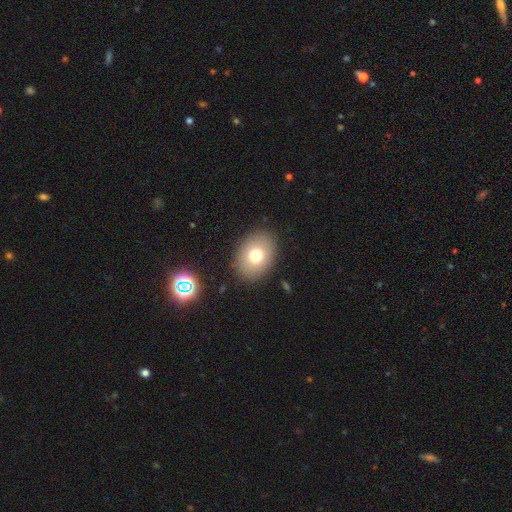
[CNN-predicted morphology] smooth-or-featured: smooth: 74% | featured or disk: 15% | star or artifact: 10%
  how-rounded: in between: 70% | round: 29% | cigar-shaped: 1%
  merging: none: 87% | minor disturbance: 8% | major disturbance: 3% | merger: 1%